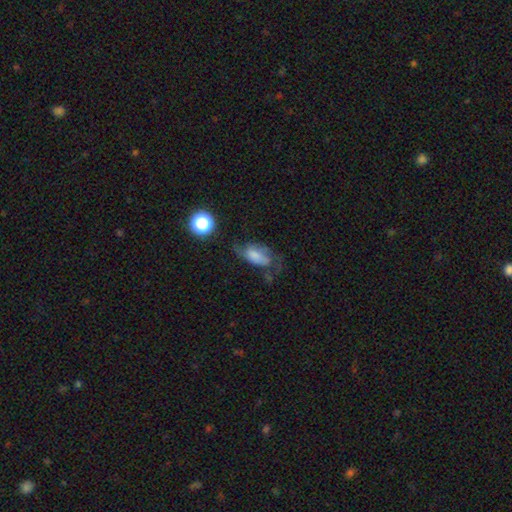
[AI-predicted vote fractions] Morphology: type=smooth (54%); roundness=in between (88%); merging=major disturbance (36%).